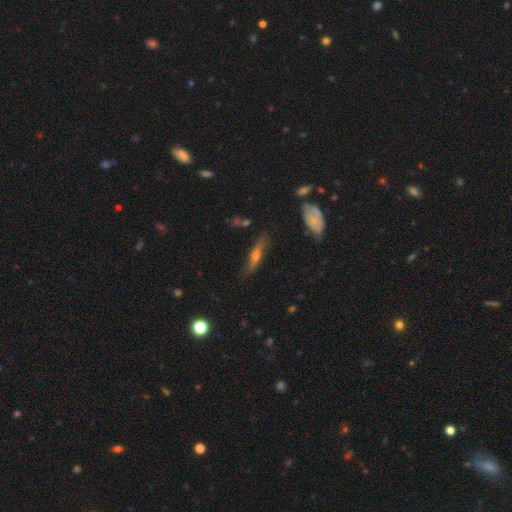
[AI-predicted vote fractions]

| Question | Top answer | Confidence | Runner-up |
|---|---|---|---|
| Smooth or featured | featured or disk | 59% | smooth (33%) |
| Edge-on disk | yes | 75% | no (25%) |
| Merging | none | 72% | minor disturbance (18%) |